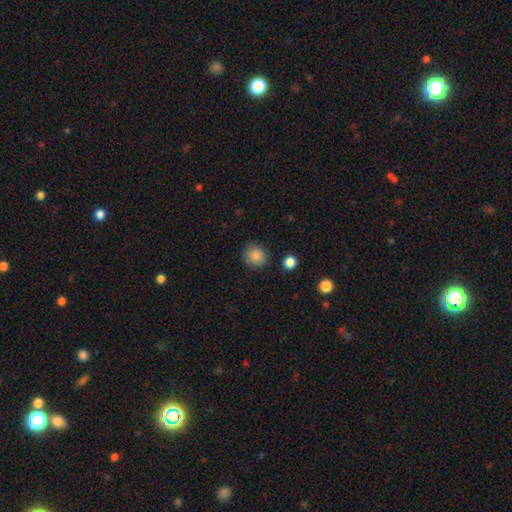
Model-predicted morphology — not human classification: A smooth galaxy with no disk features (85%) that is round (84%). Merging: none (83%).